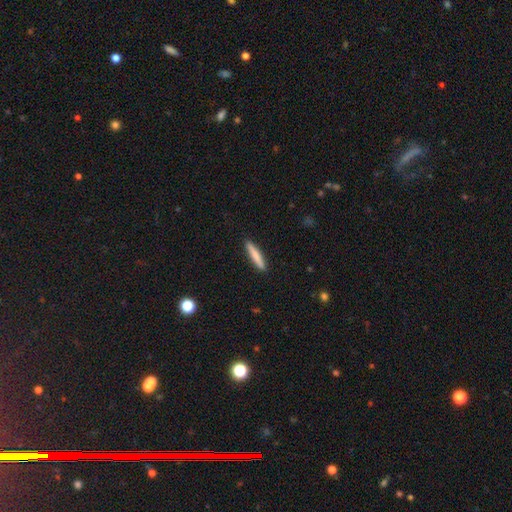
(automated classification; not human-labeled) Overall: smooth (77%). How rounded: cigar-shaped (92%). Merging: none (91%).